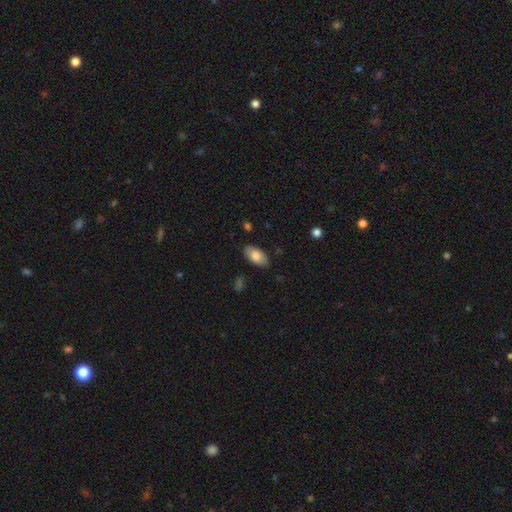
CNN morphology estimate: A smooth galaxy with no disk features (80%) that is in between round and cigar-shaped (95%).

Vote fractions:
- Smooth or featured? smooth: 80% / featured or disk: 13% / star or artifact: 6%
- How rounded? in between: 95% / round: 3% / cigar-shaped: 2%
- Merging? none: 84% / minor disturbance: 12% / major disturbance: 3% / merger: 1%